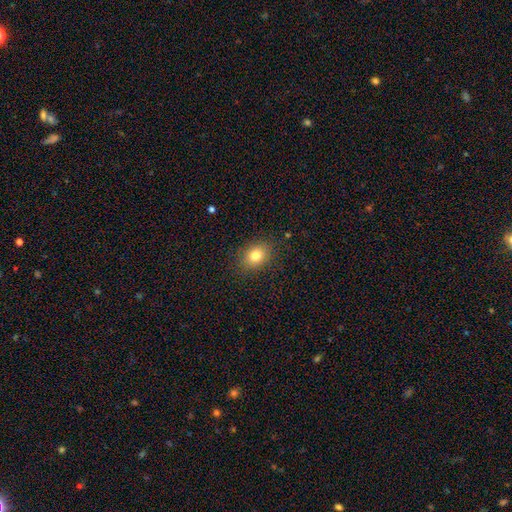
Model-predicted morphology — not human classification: A smooth galaxy with no disk features (80%) that is in between round and cigar-shaped (57%). Merging: none (87%).